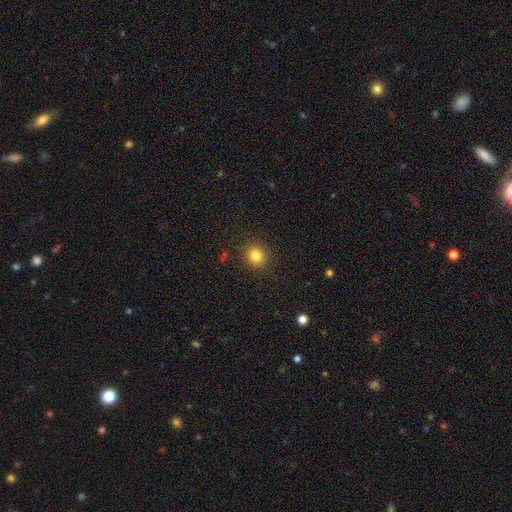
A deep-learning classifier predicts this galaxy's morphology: type=smooth (83%); roundness=round (82%); merging=none (89%).